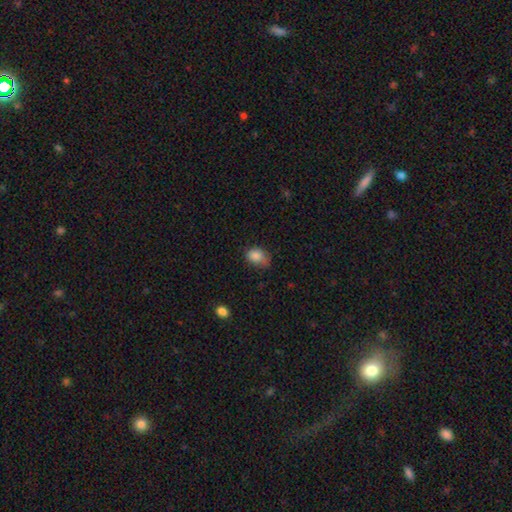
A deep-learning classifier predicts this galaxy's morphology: smooth-or-featured: smooth: 85% | star or artifact: 9% | featured or disk: 6%
  how-rounded: in between: 69% | round: 30% | cigar-shaped: 1%
  merging: none: 51% | minor disturbance: 37% | major disturbance: 10% | merger: 2%